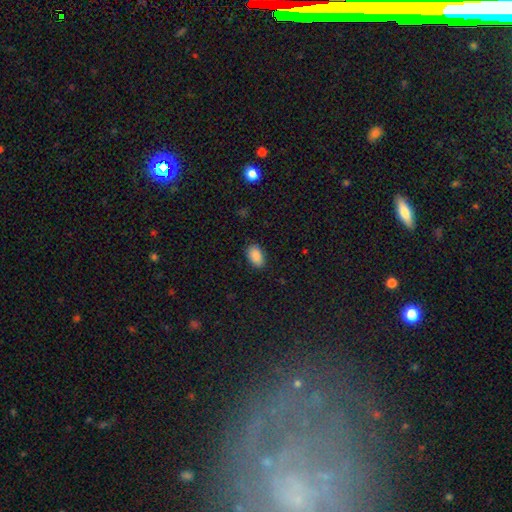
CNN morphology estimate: A smooth galaxy with no disk features (88%) that is in between round and cigar-shaped (93%). Merging: none (86%).